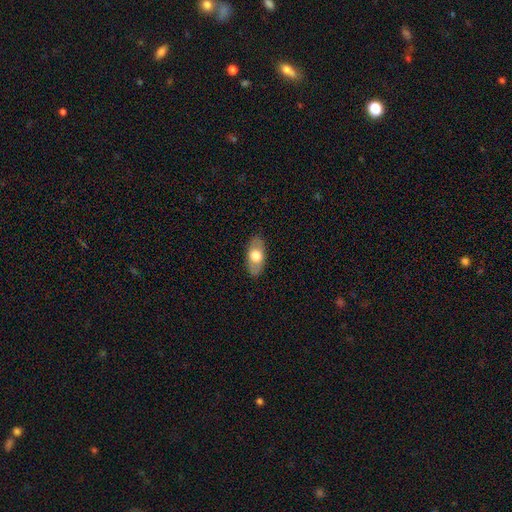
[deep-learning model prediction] Smooth or featured?
  - smooth: 62% *
  - featured or disk: 32%
  - star or artifact: 6%
How rounded?
  - in between: 90% *
  - cigar-shaped: 6%
  - round: 4%
Merging?
  - none: 86% *
  - minor disturbance: 10%
  - major disturbance: 3%
  - merger: 1%